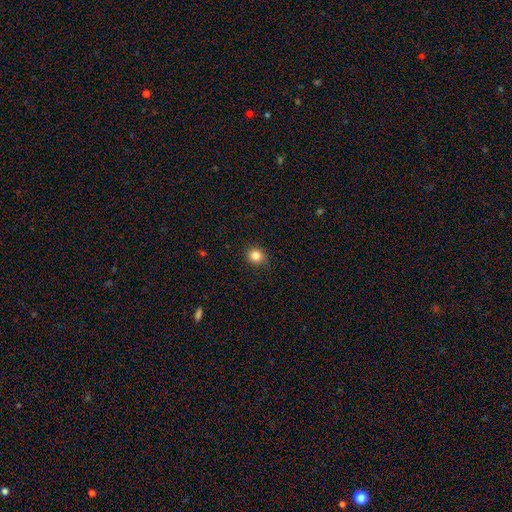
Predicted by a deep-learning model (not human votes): Q: Smooth or featured?
A: smooth (83%); runner-up: star or artifact (12%)
Q: How rounded?
A: round (84%); runner-up: in between (15%)
Q: Merging?
A: none (82%); runner-up: minor disturbance (14%)